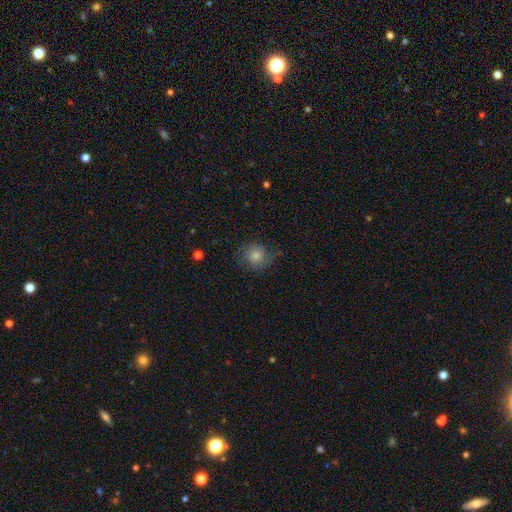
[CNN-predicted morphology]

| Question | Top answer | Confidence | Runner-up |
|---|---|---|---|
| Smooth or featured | smooth | 55% | featured or disk (31%) |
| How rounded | round | 85% | in between (14%) |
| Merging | none | 73% | minor disturbance (18%) |